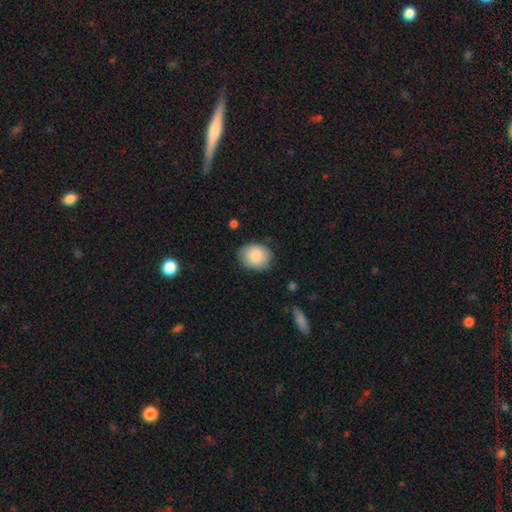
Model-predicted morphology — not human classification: Overall: smooth (86%). How rounded: round (58%; in between 41%). Merging: none (78%).